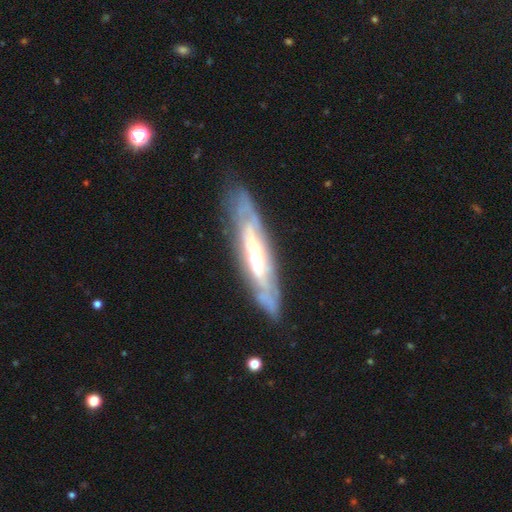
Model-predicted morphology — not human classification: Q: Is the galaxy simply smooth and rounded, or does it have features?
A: featured or disk — 74%.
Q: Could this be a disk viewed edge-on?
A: yes — 54%.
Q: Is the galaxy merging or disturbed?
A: none — 77%.